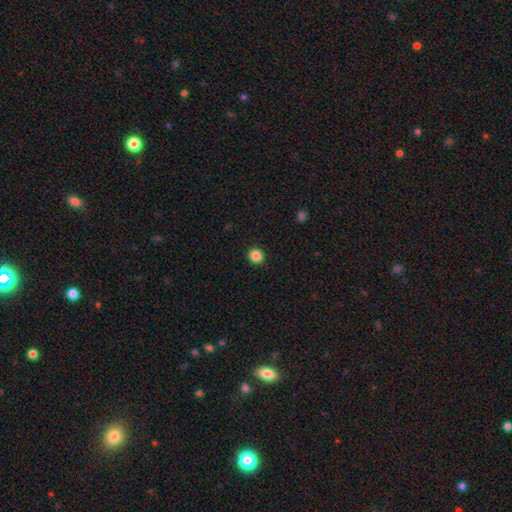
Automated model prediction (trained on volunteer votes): A smooth galaxy with no disk features (86%) that is round (90%). Merging: none (93%).